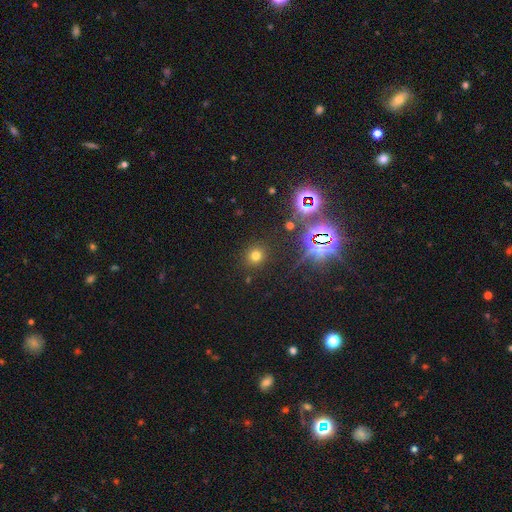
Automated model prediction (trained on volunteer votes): Smooth or featured: smooth — 65% (star or artifact — 27%)
How rounded: round — 87% (in between — 11%)
Merging: none — 88% (minor disturbance — 7%)